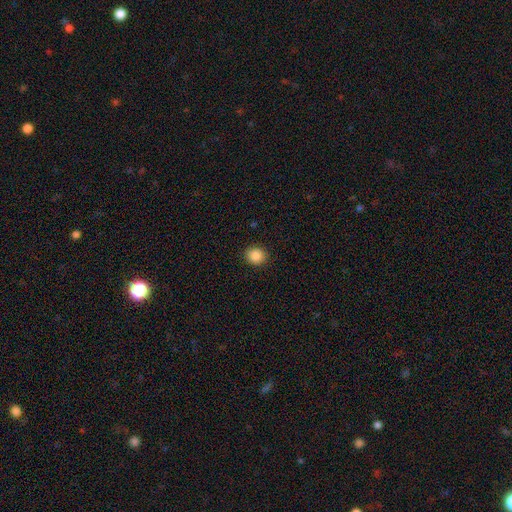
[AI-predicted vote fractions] A smooth galaxy with no disk features (88%) that is round (79%).

Vote fractions:
- Smooth or featured? smooth: 88% / star or artifact: 9% / featured or disk: 3%
- How rounded? round: 79% / in between: 20% / cigar-shaped: 1%
- Merging? none: 90% / minor disturbance: 7% / major disturbance: 2% / merger: 1%